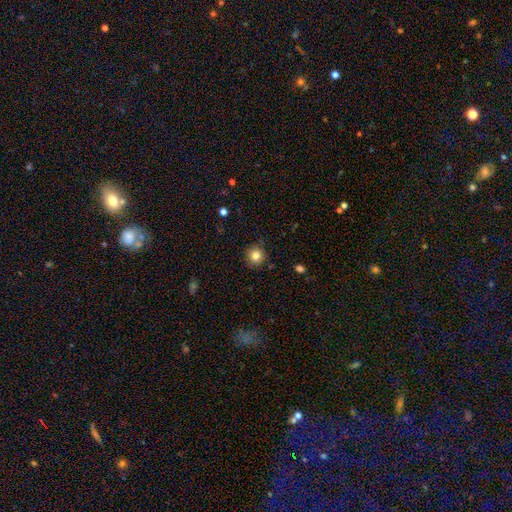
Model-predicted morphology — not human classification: This is clearly a smooth galaxy (82%). How rounded: clearly round (94%). Merging: clearly none (88%).